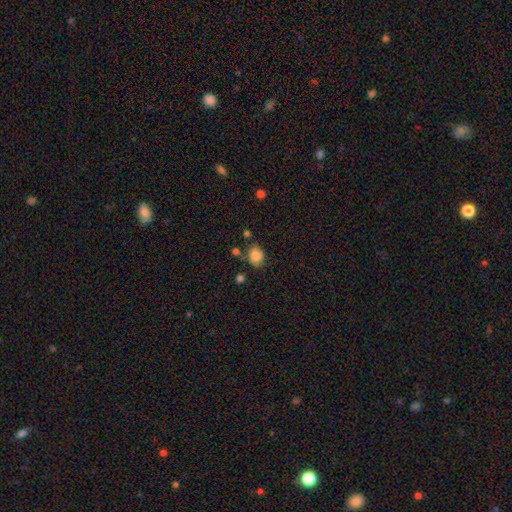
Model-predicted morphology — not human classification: A smooth galaxy with no disk features (85%) that is round (52%).

Vote fractions:
- Smooth or featured? smooth: 85% / star or artifact: 10% / featured or disk: 5%
- How rounded? round: 52% / in between: 47% / cigar-shaped: 1%
- Merging? none: 70% / minor disturbance: 18% / merger: 7% / major disturbance: 5%